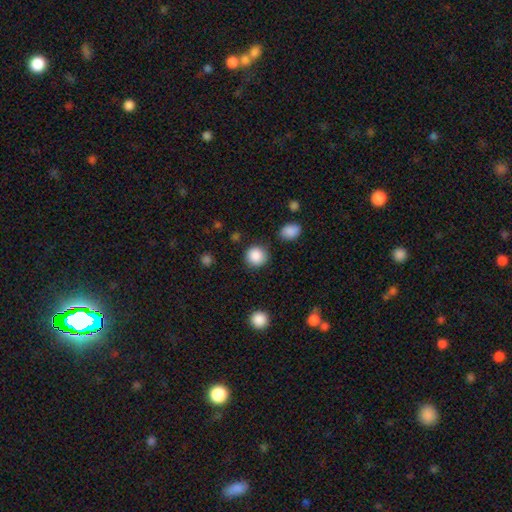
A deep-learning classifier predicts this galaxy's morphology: smooth 87%, star or artifact 9%, featured or disk 4%. Down the decision tree: how rounded — round (92%); merging — none (84%).